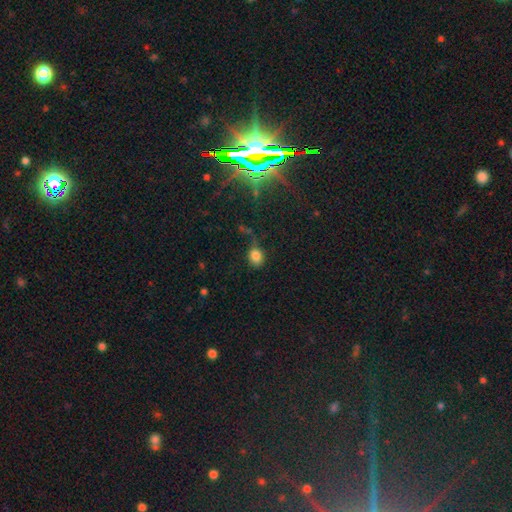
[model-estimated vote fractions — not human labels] Morphology: type=smooth (82%); roundness=round (51%); merging=none (56%).